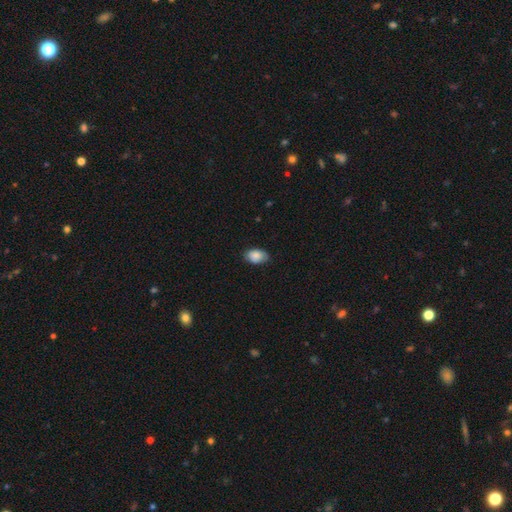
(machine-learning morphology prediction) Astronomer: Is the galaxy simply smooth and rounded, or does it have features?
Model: smooth — 85%.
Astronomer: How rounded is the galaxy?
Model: in between — 89%.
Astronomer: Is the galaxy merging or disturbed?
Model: none — 75%.